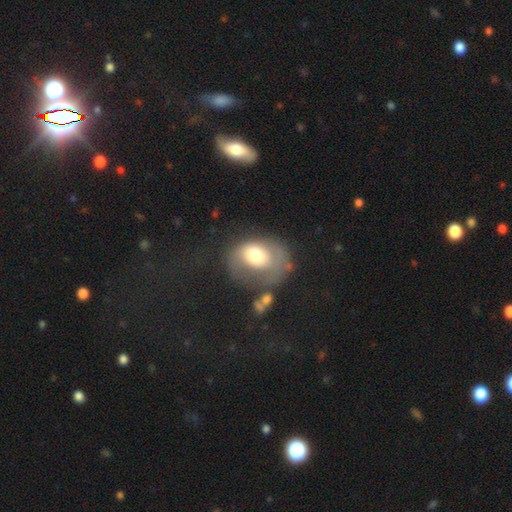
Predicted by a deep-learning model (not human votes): This appears to be a smooth galaxy with no disk features (54%) that is in between round and cigar-shaped (62%). Merging: major disturbance (41%).